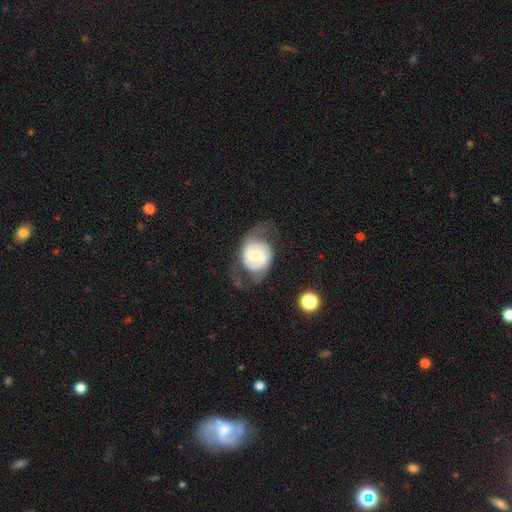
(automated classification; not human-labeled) Smooth or featured? featured or disk (64%)
Edge-on disk? no (97%)
Bar? no (57%)
Spiral arms? yes (83%)
Spiral winding? medium (44%)
Spiral arm count? 2 (83%)
Bulge size? small (43%)
Merging? none (50%)